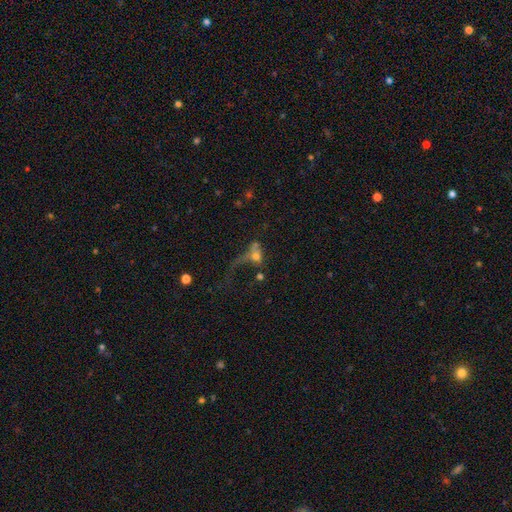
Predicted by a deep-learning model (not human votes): Smooth or featured: smooth — 53% (featured or disk — 32%)
How rounded: in between — 58% (round — 35%)
Merging: major disturbance — 52% (merger — 21%)